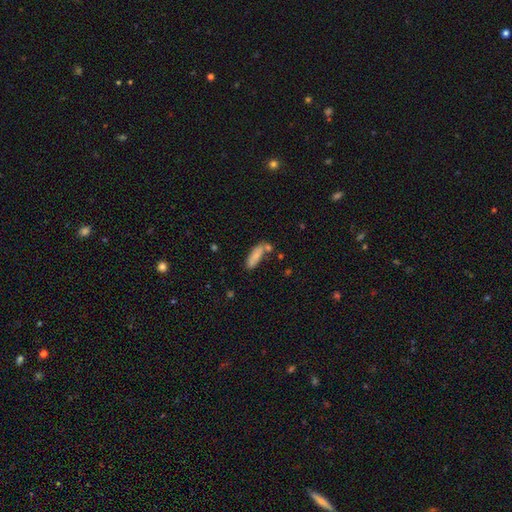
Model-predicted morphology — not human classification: The model was most divided on "how rounded": in between: 51%, cigar-shaped: 47%, round: 2%. More confident: smooth or featured — smooth (80%); merging — none (57%).